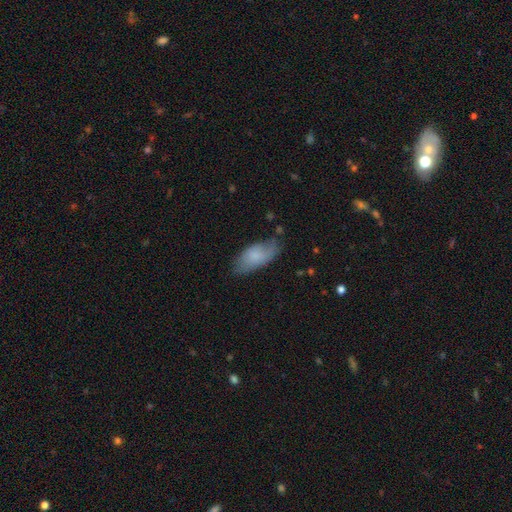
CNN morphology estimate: A smooth galaxy with no disk features (78%) that is in between round and cigar-shaped (89%). Merging: none (69%).